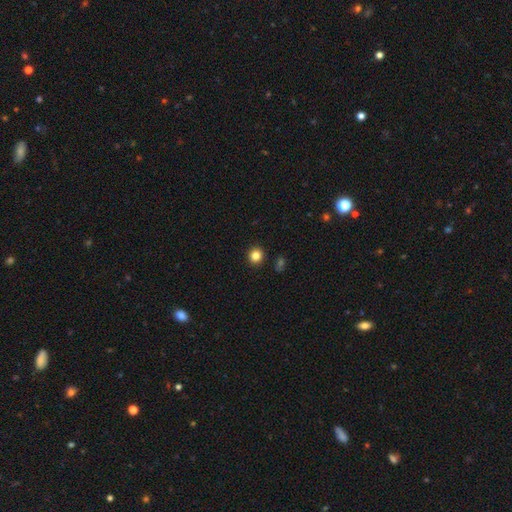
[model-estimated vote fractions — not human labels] smooth_or_featured: smooth (p=0.84) [alt: star or artifact p=0.12]
how_rounded: round (p=0.90) [alt: in between p=0.09]
merging: none (p=0.91) [alt: minor disturbance p=0.05]